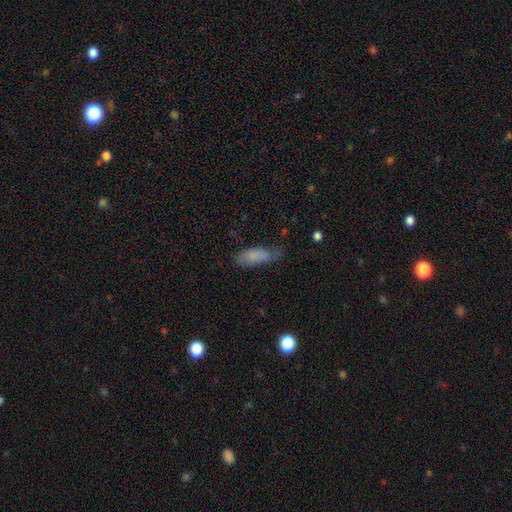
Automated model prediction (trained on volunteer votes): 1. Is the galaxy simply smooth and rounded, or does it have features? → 80% smooth, 12% featured or disk, 8% star or artifact.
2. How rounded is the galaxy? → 61% in between, 37% cigar-shaped, 2% round.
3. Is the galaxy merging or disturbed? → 56% none, 32% minor disturbance, 10% major disturbance, 2% merger.